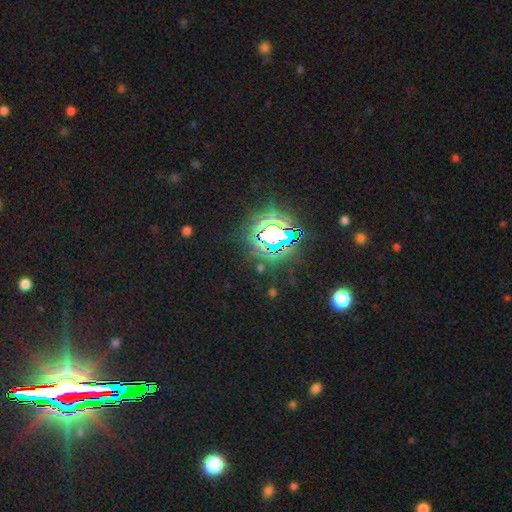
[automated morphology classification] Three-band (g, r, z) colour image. It shows a star or artifact, not a galaxy (85%).